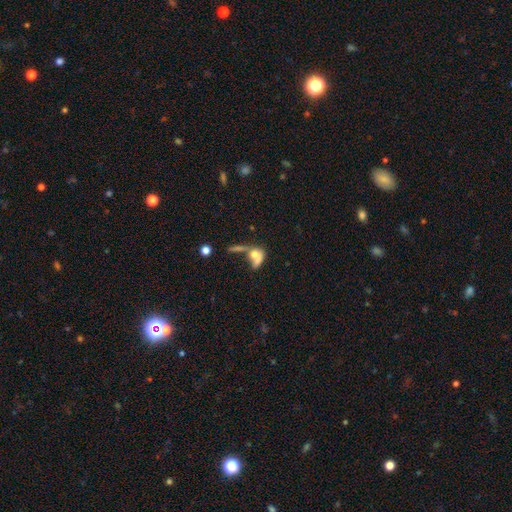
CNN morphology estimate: smooth 58%, featured or disk 31%, star or artifact 11%. Down the decision tree: how rounded — in between (63%); merging — merger (44%).